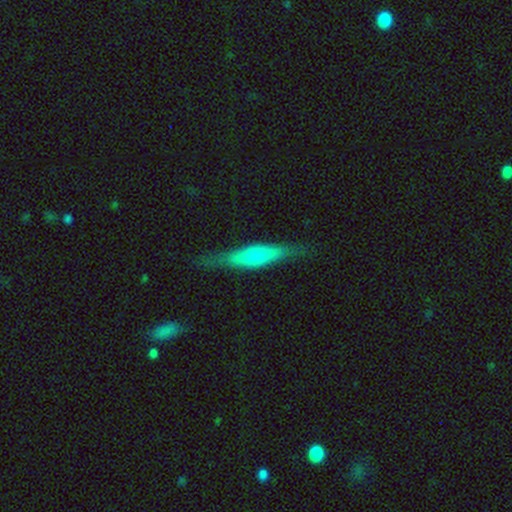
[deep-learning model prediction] Overall: smooth (49%; featured or disk 44%). Merging: none (80%).